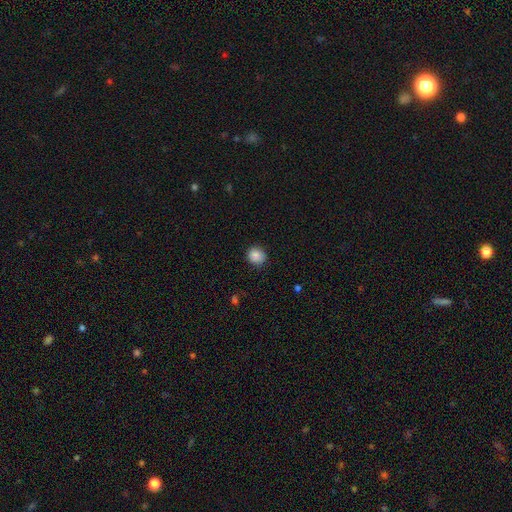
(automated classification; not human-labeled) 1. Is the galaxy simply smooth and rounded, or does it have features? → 87% smooth, 9% star or artifact, 4% featured or disk.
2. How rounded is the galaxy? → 84% round, 15% in between, 1% cigar-shaped.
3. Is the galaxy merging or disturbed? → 85% none, 11% minor disturbance, 2% major disturbance, 1% merger.